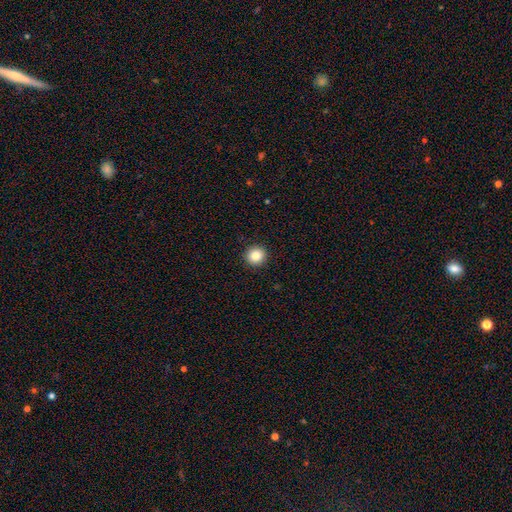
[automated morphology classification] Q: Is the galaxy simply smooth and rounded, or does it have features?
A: smooth — 86%.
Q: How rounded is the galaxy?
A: round — 93%.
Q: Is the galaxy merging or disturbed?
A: none — 93%.